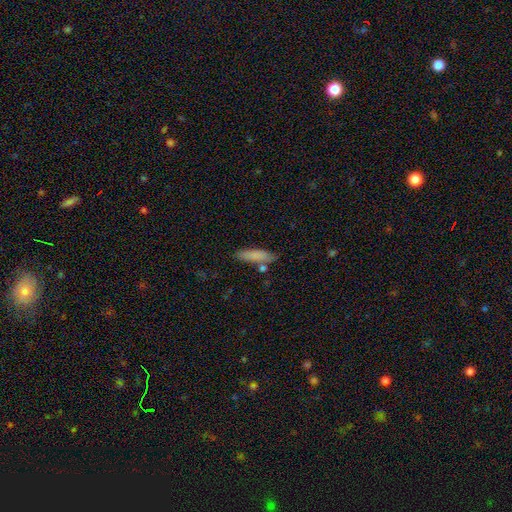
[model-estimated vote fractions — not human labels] This is clearly a smooth galaxy (81%). How rounded: likely cigar-shaped (72%). Merging: likely none (76%).